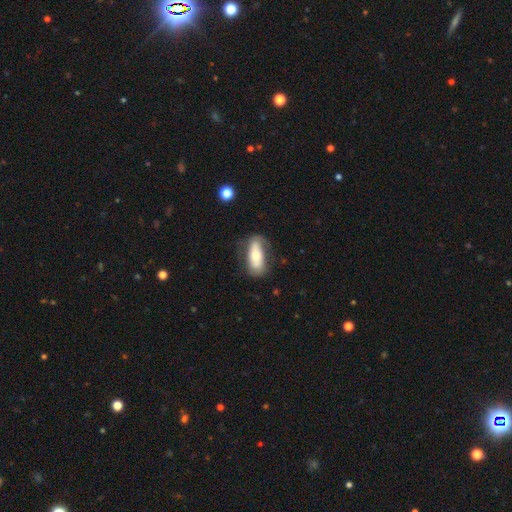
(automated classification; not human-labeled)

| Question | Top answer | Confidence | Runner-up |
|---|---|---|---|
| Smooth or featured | smooth | 57% | featured or disk (36%) |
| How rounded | in between | 76% | cigar-shaped (21%) |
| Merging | none | 67% | minor disturbance (22%) |